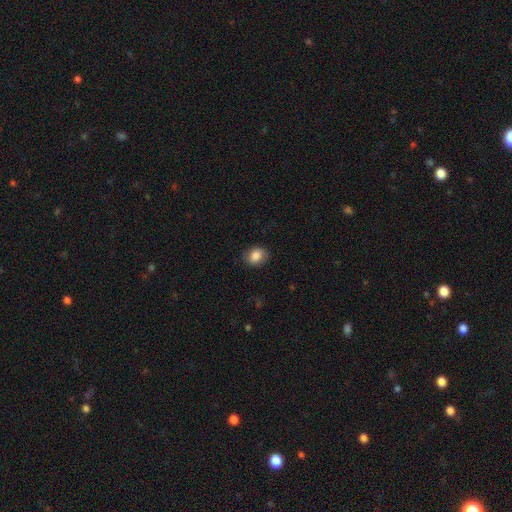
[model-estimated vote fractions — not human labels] Smooth or featured? smooth (84%)
How rounded? in between (61%)
Merging? none (82%)